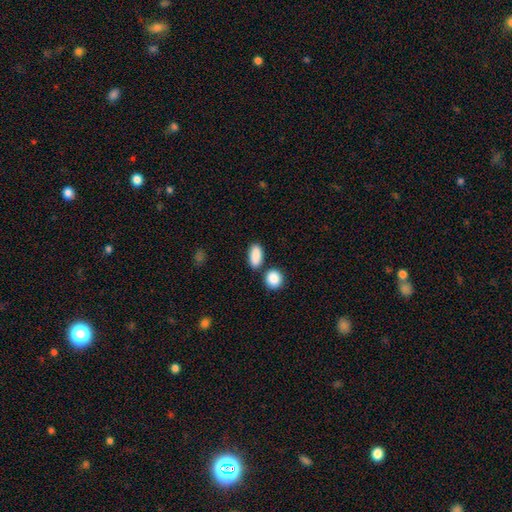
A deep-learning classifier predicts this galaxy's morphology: The model was most divided on "merging": none: 74%, merger: 12%, minor disturbance: 11%, major disturbance: 3%. More confident: smooth or featured — smooth (89%); how rounded — in between (86%).